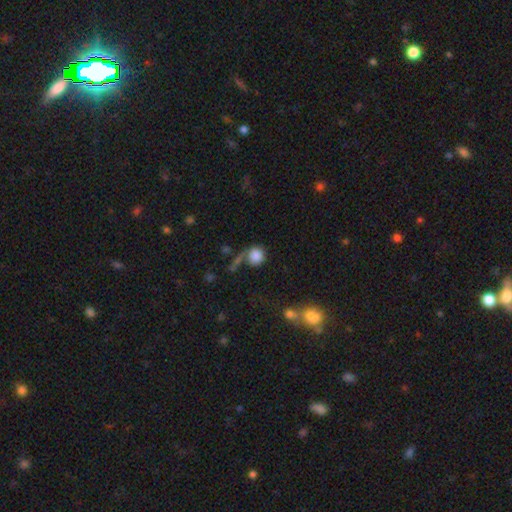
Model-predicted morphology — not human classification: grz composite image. It shows a smooth galaxy with no disk features (83%) that is round (88%). Merging: none (54%).